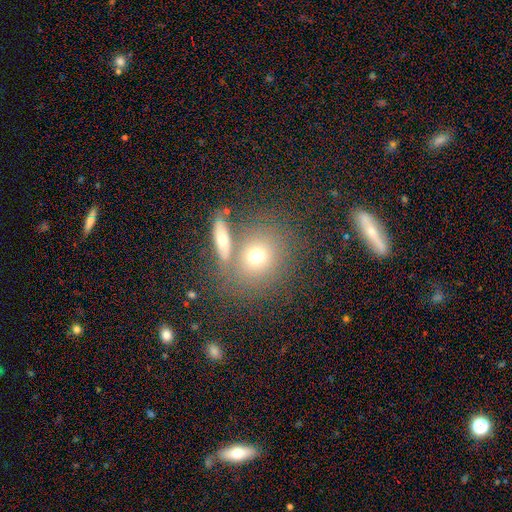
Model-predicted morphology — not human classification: This appears to be a smooth galaxy with no disk features (68%) that is round (71%). Merging: none (61%).